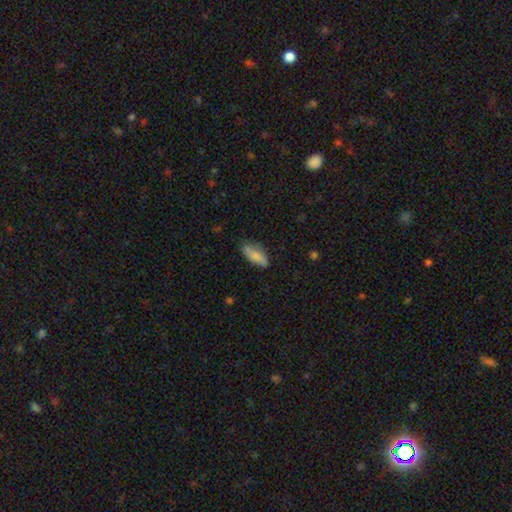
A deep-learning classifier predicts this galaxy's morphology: A smooth galaxy with no disk features (76%) that is in between round and cigar-shaped (77%). Merging: none (69%).